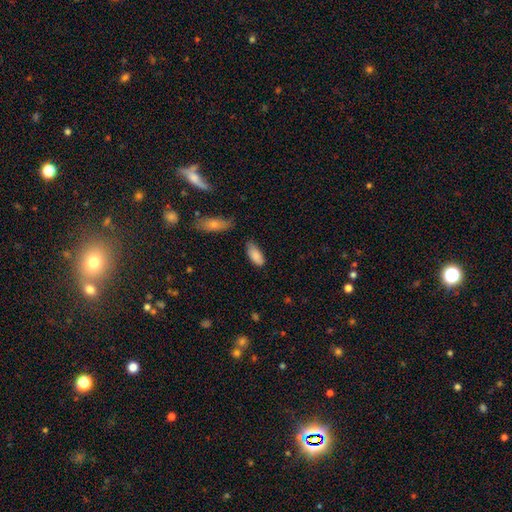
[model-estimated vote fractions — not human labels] smooth 86%, featured or disk 7%, star or artifact 7%. Down the decision tree: how rounded — in between (86%); merging — none (64%).